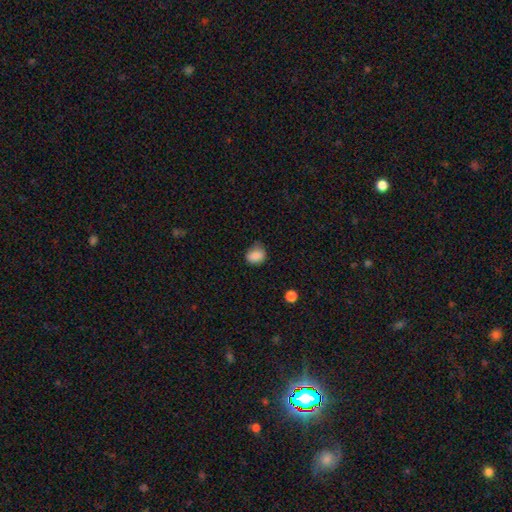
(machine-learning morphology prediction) smooth_or_featured: smooth (p=0.86) [alt: star or artifact p=0.09]
how_rounded: round (p=0.50) [alt: in between p=0.49]
merging: none (p=0.64) [alt: minor disturbance p=0.28]